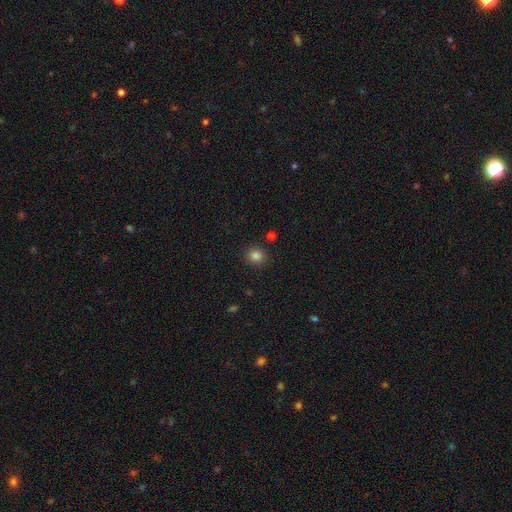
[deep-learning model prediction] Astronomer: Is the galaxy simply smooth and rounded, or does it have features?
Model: smooth — 84%.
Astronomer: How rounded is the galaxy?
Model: round — 83%.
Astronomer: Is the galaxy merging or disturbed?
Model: none — 88%.